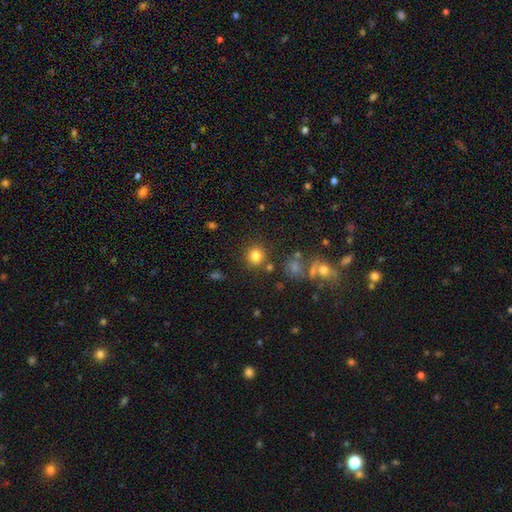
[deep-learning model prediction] A smooth galaxy with no disk features (81%) that is round (91%). Merging: none (83%).